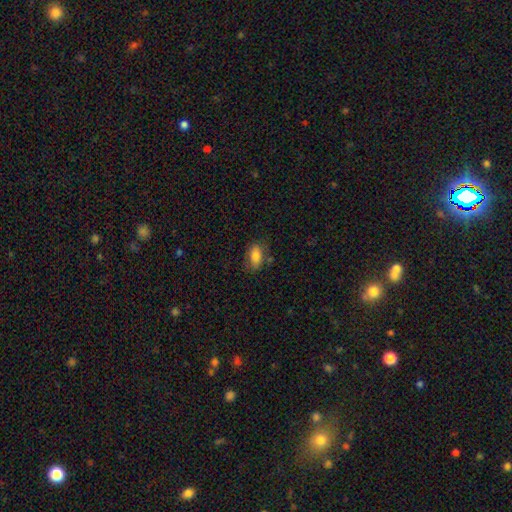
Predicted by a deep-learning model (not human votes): Smooth or featured?
  - smooth: 77% *
  - featured or disk: 15%
  - star or artifact: 8%
How rounded?
  - in between: 85% *
  - round: 8%
  - cigar-shaped: 7%
Merging?
  - none: 71% *
  - minor disturbance: 20%
  - major disturbance: 6%
  - merger: 4%